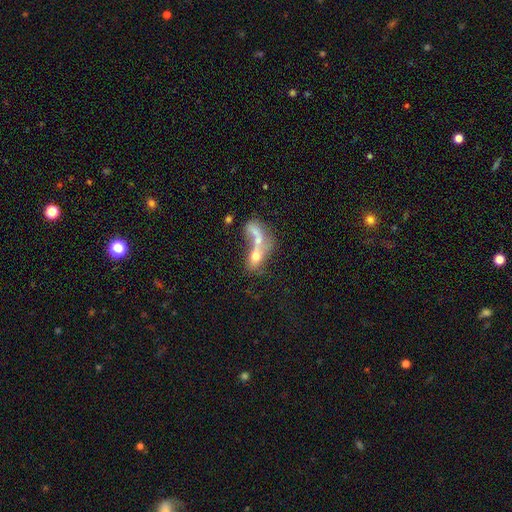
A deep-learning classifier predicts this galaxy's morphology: smooth-or-featured: smooth: 57% | featured or disk: 32% | star or artifact: 11%
  how-rounded: in between: 70% | round: 20% | cigar-shaped: 10%
  merging: merger: 71% | none: 12% | major disturbance: 11% | minor disturbance: 6%